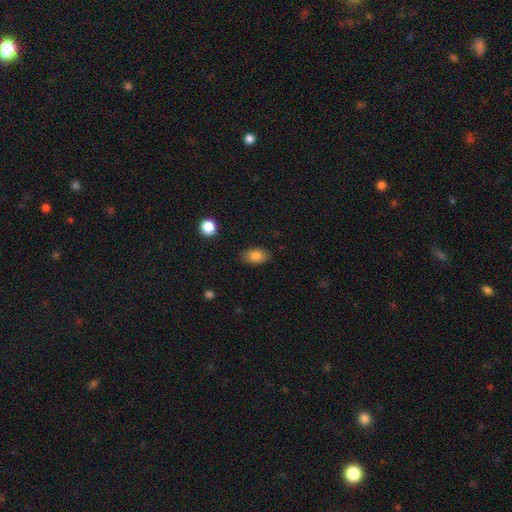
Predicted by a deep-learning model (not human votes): Smooth or featured? Predicted: smooth (p=0.83). How rounded? Predicted: in between (p=0.89). Merging? Predicted: none (p=0.84).